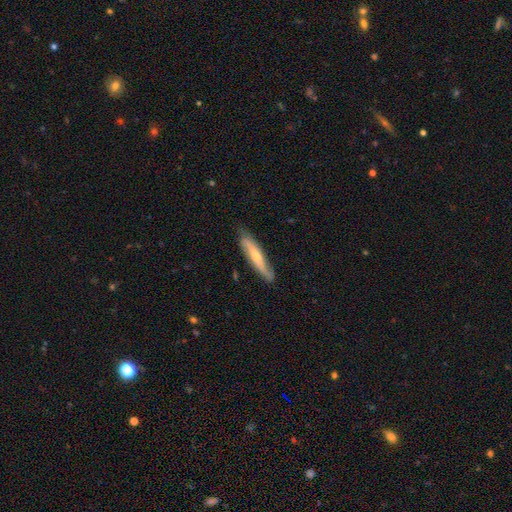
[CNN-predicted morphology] featured or disk 53%, smooth 41%, star or artifact 6%. Down the decision tree: edge-on disk — yes (67%); merging — none (77%).